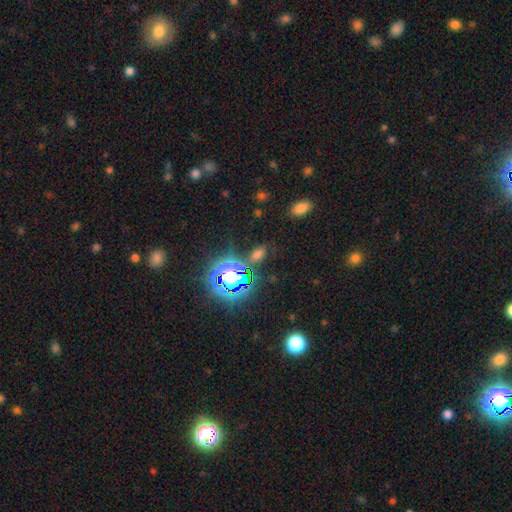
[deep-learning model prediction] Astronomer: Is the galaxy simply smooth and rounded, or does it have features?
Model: star or artifact — 63%.